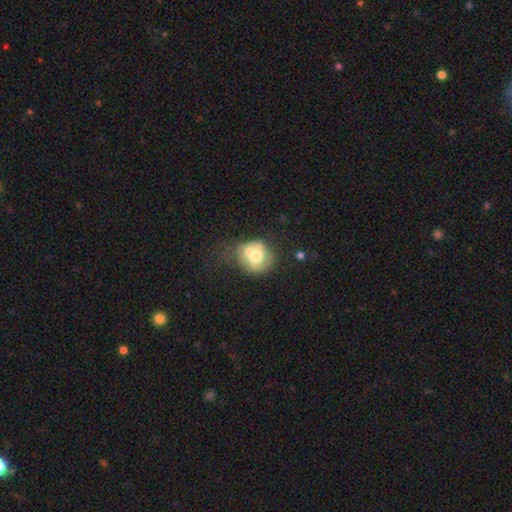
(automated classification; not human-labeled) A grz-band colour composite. It shows a smooth galaxy with no disk features (55%) that is round (74%). Merging: merger (40%).